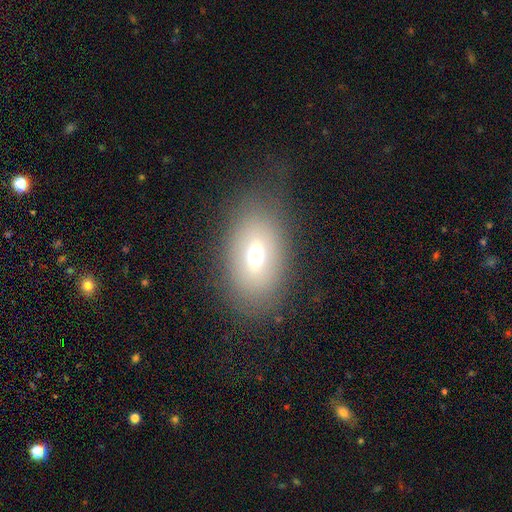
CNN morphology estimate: smooth-or-featured: smooth: 61% | featured or disk: 26% | star or artifact: 13%
  how-rounded: in between: 85% | round: 13% | cigar-shaped: 2%
  merging: none: 75% | minor disturbance: 14% | major disturbance: 9% | merger: 1%